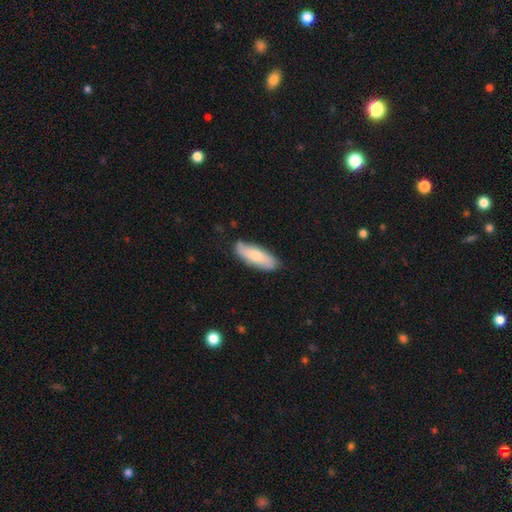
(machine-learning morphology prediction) A smooth galaxy with no disk features (72%) that is in between round and cigar-shaped (60%).

Vote fractions:
- Smooth or featured? smooth: 72% / featured or disk: 22% / star or artifact: 6%
- How rounded? in between: 60% / cigar-shaped: 38% / round: 2%
- Merging? none: 80% / minor disturbance: 16% / major disturbance: 3% / merger: 2%